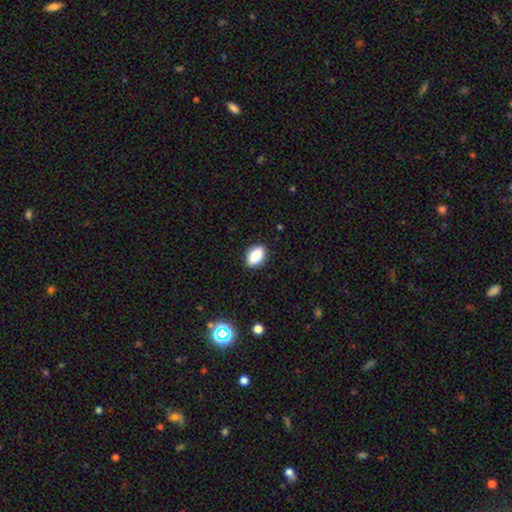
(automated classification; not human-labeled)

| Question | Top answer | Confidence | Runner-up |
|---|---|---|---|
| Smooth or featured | smooth | 83% | featured or disk (8%) |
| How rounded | in between | 86% | round (11%) |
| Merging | none | 89% | minor disturbance (8%) |